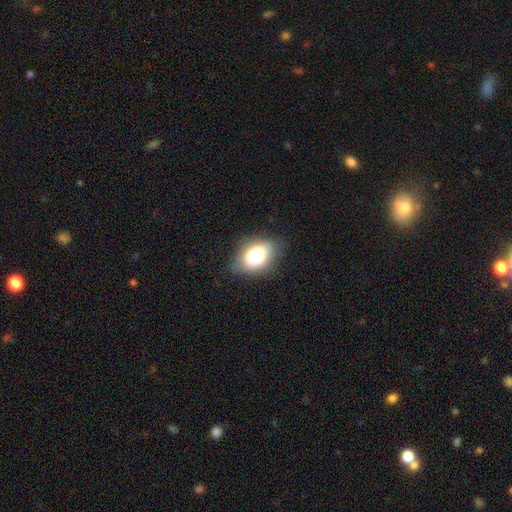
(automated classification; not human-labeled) Morphology: type=smooth (82%); roundness=in between (86%); merging=none (76%).